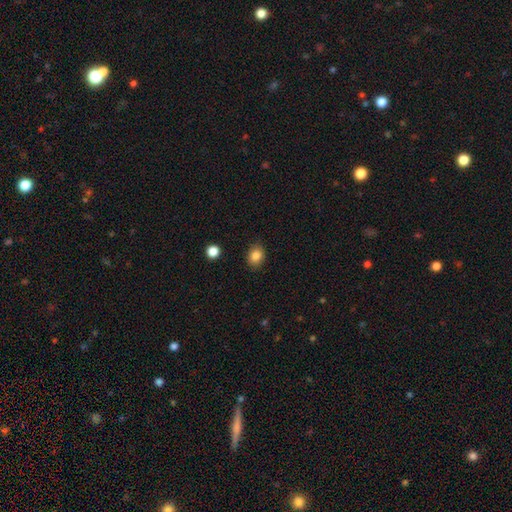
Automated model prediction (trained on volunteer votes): Smooth or featured?
  - smooth: 85% *
  - star or artifact: 9%
  - featured or disk: 6%
How rounded?
  - in between: 56% *
  - round: 43%
  - cigar-shaped: 1%
Merging?
  - none: 86% *
  - minor disturbance: 10%
  - major disturbance: 2%
  - merger: 1%